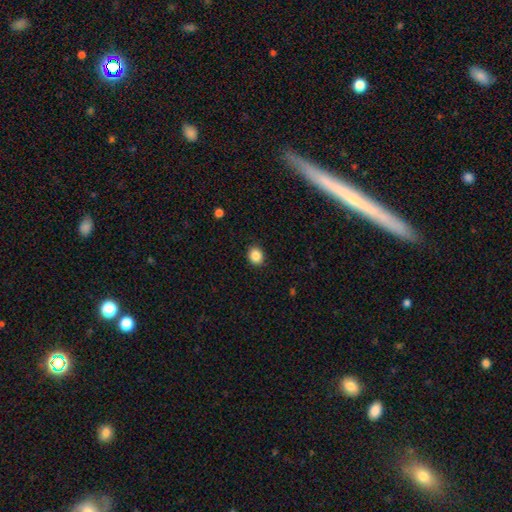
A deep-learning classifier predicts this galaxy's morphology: Smooth or featured: smooth — 87% (star or artifact — 10%)
How rounded: round — 74% (in between — 26%)
Merging: none — 90% (minor disturbance — 7%)